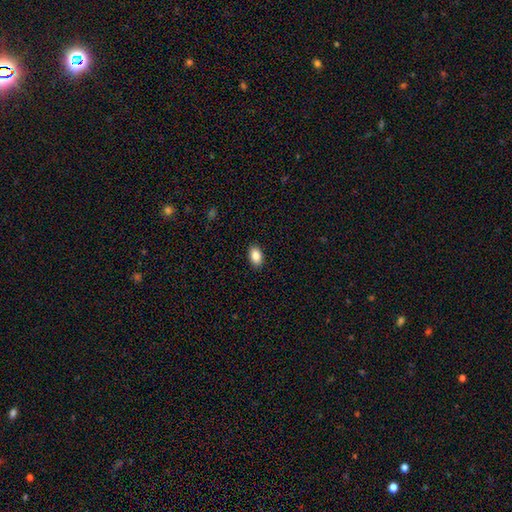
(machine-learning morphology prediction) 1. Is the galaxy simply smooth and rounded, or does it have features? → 87% smooth, 8% star or artifact, 5% featured or disk.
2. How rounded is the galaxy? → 91% in between, 7% round, 2% cigar-shaped.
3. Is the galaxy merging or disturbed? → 90% none, 8% minor disturbance, 2% major disturbance, 1% merger.